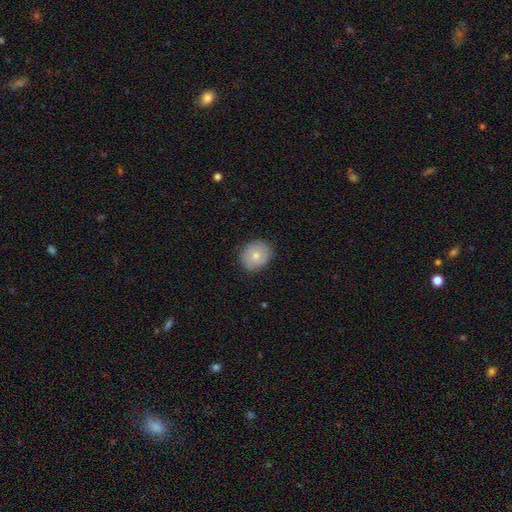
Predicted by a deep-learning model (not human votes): Morphology: type=smooth (74%); roundness=round (68%); merging=none (83%).